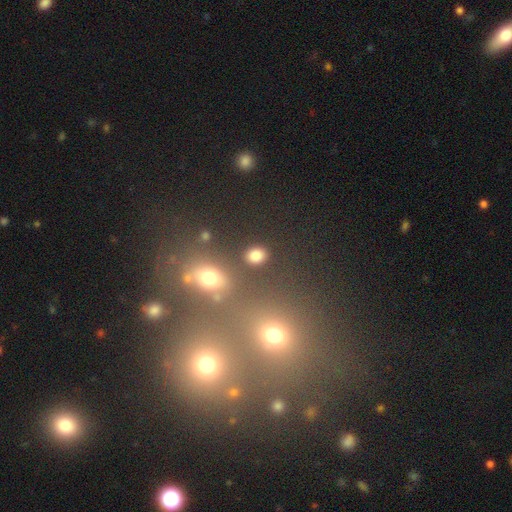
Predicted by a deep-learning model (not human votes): smooth_or_featured: smooth (p=0.80) [alt: star or artifact p=0.14]
how_rounded: round (p=0.50) [alt: in between p=0.48]
merging: none (p=0.85) [alt: minor disturbance p=0.08]